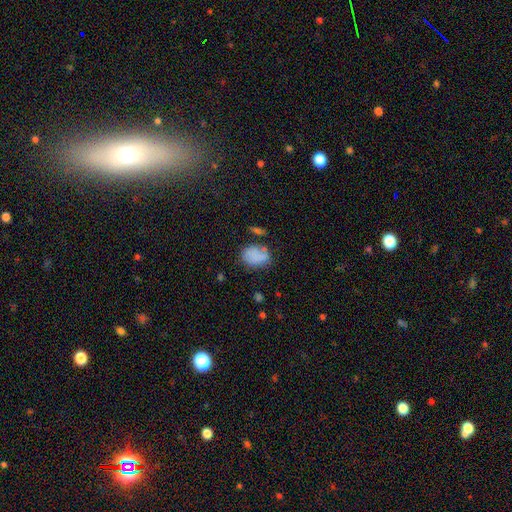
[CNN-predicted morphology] This appears to be a smooth galaxy with no disk features (79%) that is in between round and cigar-shaped (69%). Merging: none (55%).